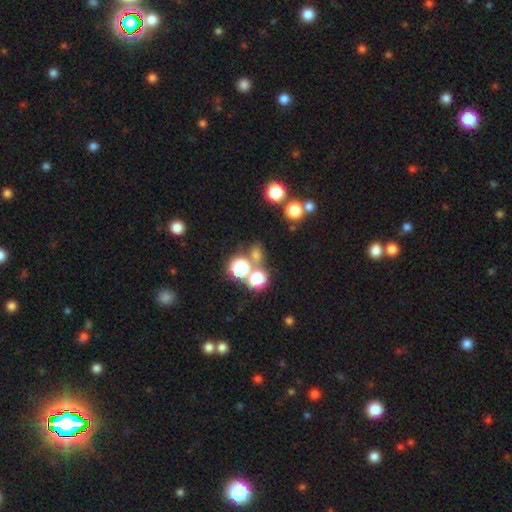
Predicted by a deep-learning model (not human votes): smooth 62%, star or artifact 29%, featured or disk 9%. Down the decision tree: how rounded — round (73%); merging — none (60%).